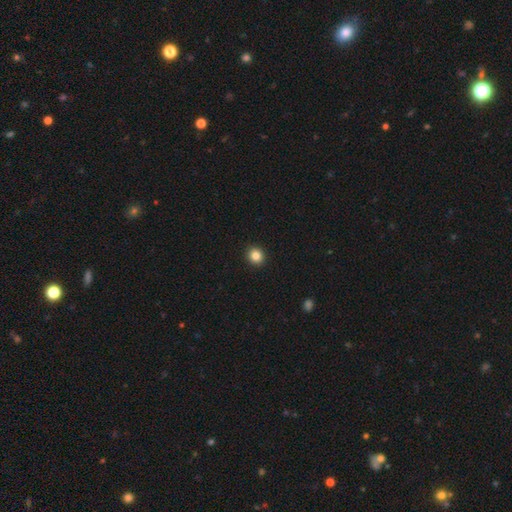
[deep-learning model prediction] smooth-or-featured: smooth: 85% | star or artifact: 11% | featured or disk: 5%
  how-rounded: round: 89% | in between: 10% | cigar-shaped: 1%
  merging: none: 94% | minor disturbance: 4% | major disturbance: 1% | merger: 1%